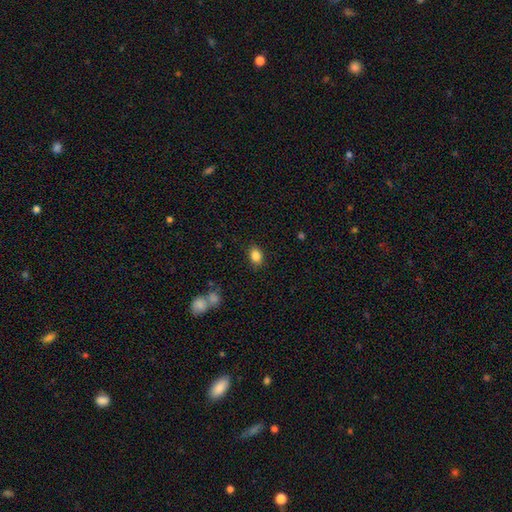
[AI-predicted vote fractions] Overall: smooth (86%). How rounded: in between (76%). Merging: none (86%).